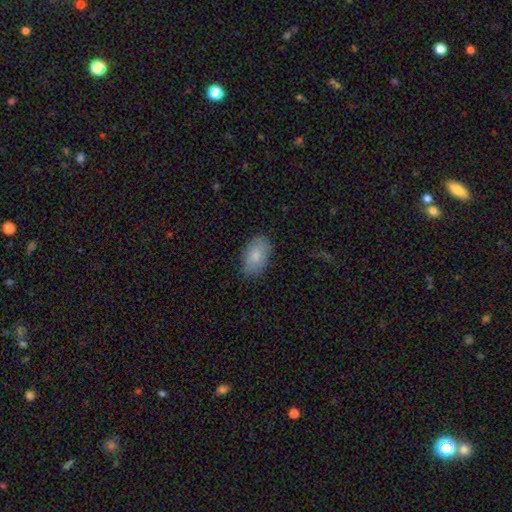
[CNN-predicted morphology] The model was most divided on "smooth or featured": smooth: 83%, featured or disk: 11%, star or artifact: 6%. More confident: how rounded — in between (92%); merging — none (85%).